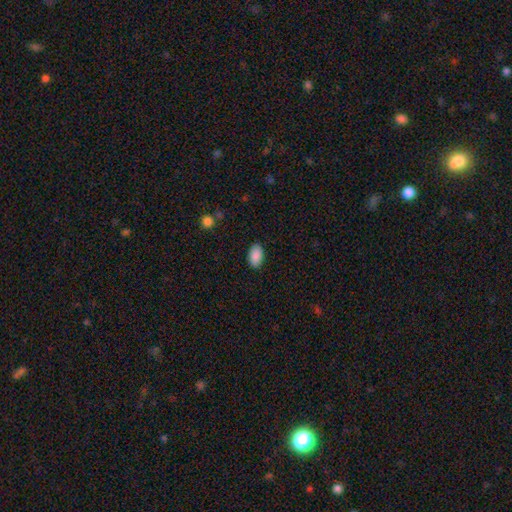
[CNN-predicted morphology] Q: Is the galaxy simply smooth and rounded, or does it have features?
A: smooth — 90%.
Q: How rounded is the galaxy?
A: in between — 94%.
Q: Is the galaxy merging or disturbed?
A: none — 88%.